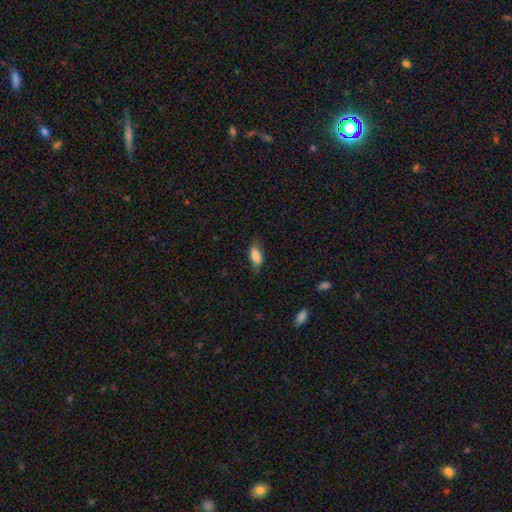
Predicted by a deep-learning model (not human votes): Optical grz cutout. It shows a smooth galaxy with no disk features (81%) that is in between round and cigar-shaped (83%). Merging: none (71%).